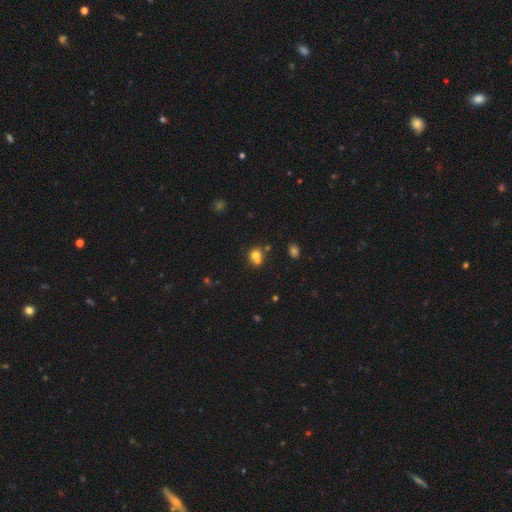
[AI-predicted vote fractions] smooth-or-featured: smooth: 73% | star or artifact: 14% | featured or disk: 13%
  how-rounded: round: 77% | in between: 22% | cigar-shaped: 1%
  merging: merger: 45% | none: 41% | minor disturbance: 10% | major disturbance: 4%